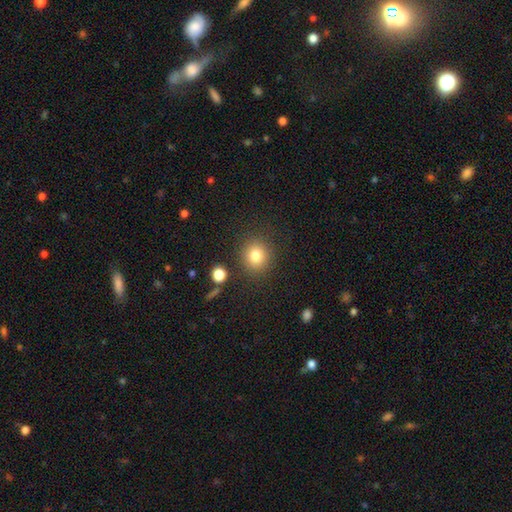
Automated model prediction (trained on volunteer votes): This appears to be a smooth galaxy with no disk features (81%) that is round (88%). Merging: none (86%).